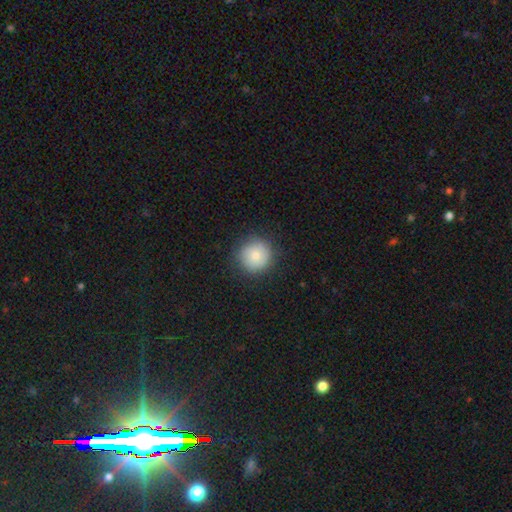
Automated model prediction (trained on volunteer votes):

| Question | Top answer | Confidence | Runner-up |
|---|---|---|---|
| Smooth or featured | smooth | 82% | featured or disk (9%) |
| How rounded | round | 94% | in between (5%) |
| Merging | none | 85% | minor disturbance (10%) |